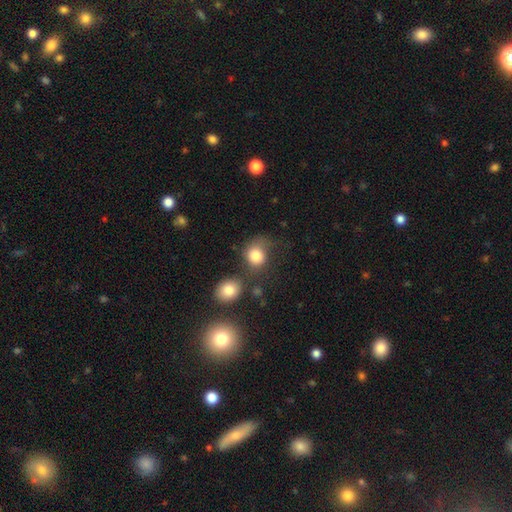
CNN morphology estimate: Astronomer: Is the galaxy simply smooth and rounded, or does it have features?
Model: smooth — 80%.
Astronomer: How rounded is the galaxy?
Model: round — 70%.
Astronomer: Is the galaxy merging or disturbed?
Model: none — 46% (runner-up: minor disturbance, 22%).